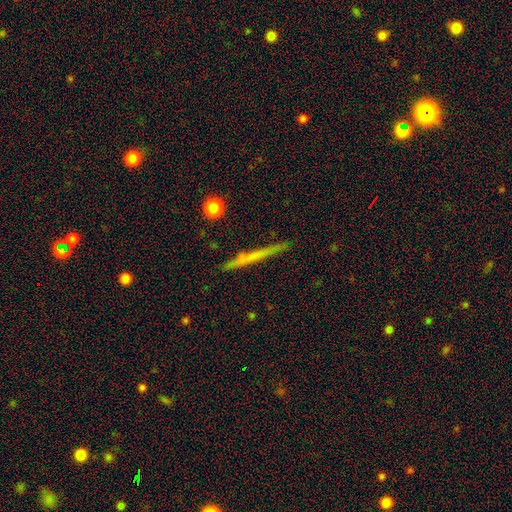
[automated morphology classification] Q: Smooth or featured?
A: smooth (47%); runner-up: featured or disk (45%)
Q: Merging?
A: none (87%); runner-up: minor disturbance (9%)